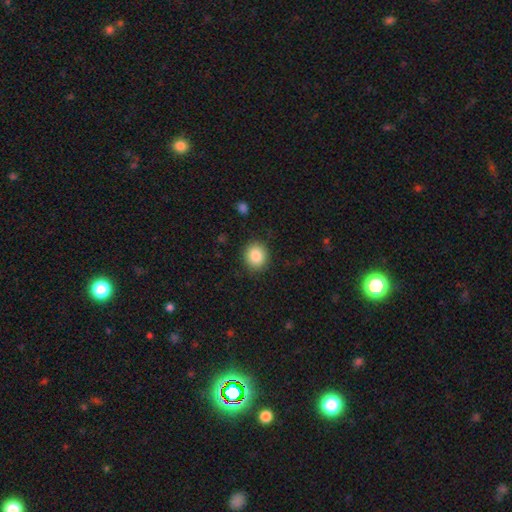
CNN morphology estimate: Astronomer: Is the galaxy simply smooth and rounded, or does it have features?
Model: smooth — 85%.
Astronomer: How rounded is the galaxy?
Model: round — 77%.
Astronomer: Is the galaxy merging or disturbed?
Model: none — 88%.